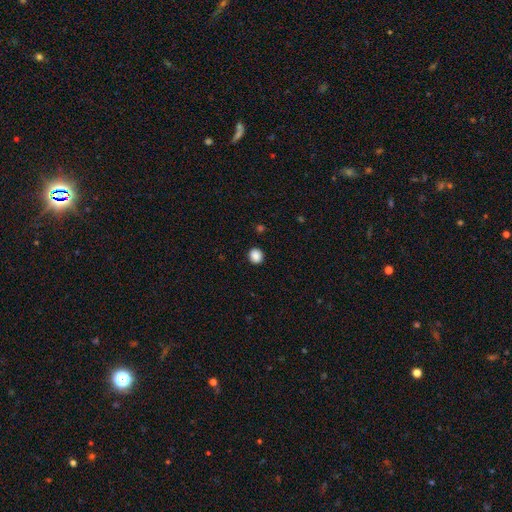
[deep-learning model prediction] The model was most divided on "how rounded": round: 82%, in between: 17%, cigar-shaped: 1%. More confident: merging — none (91%); smooth or featured — smooth (88%).